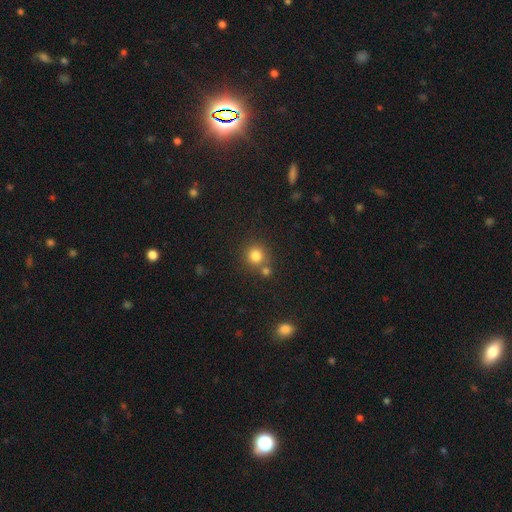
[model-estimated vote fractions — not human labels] smooth 80%, star or artifact 13%, featured or disk 7%. Down the decision tree: how rounded — round (91%); merging — none (69%).